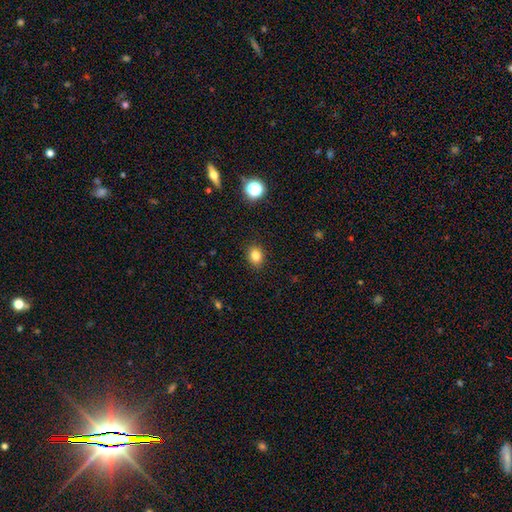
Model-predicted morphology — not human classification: Smooth or featured? Predicted: smooth (p=0.82). How rounded? Predicted: round (p=0.51). Merging? Predicted: none (p=0.89).